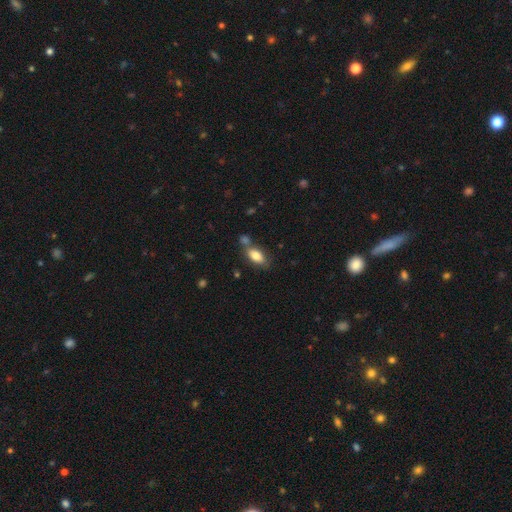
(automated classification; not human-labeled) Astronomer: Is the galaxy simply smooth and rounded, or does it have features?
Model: smooth — 81%.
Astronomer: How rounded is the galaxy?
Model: in between — 88%.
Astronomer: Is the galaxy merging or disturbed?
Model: none — 58%.